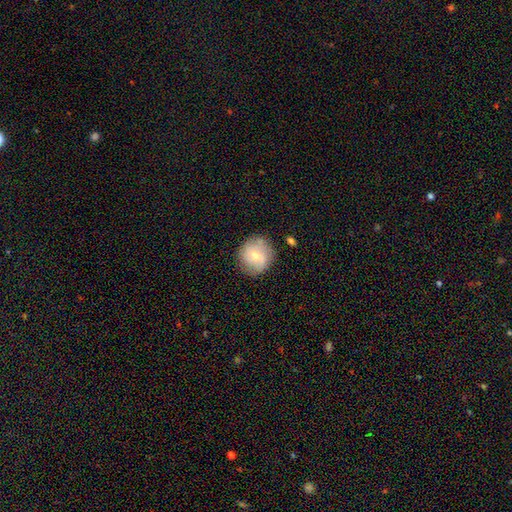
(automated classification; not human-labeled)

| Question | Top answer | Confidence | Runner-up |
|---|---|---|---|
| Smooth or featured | smooth | 54% | featured or disk (38%) |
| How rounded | round | 90% | in between (9%) |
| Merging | none | 79% | minor disturbance (15%) |